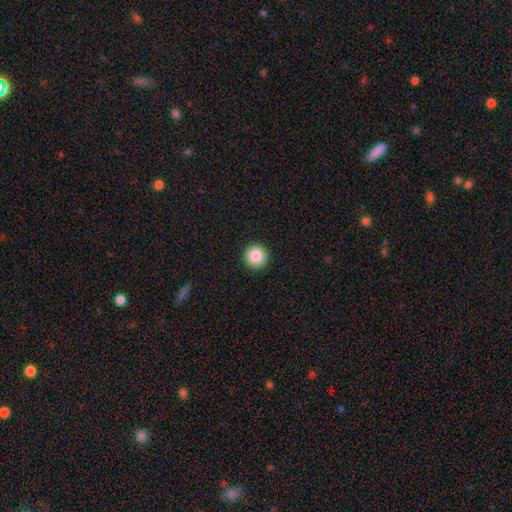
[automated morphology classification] Smooth or featured? smooth (87%)
How rounded? round (96%)
Merging? none (94%)